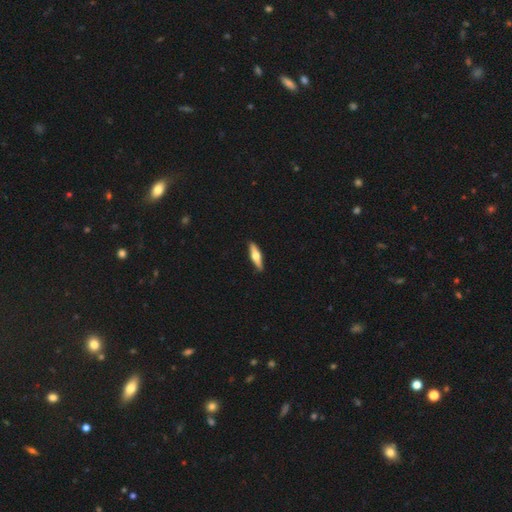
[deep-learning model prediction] Overall: featured or disk (52%; smooth 43%). Edge-on disk: yes (94%). Merging: none (90%).